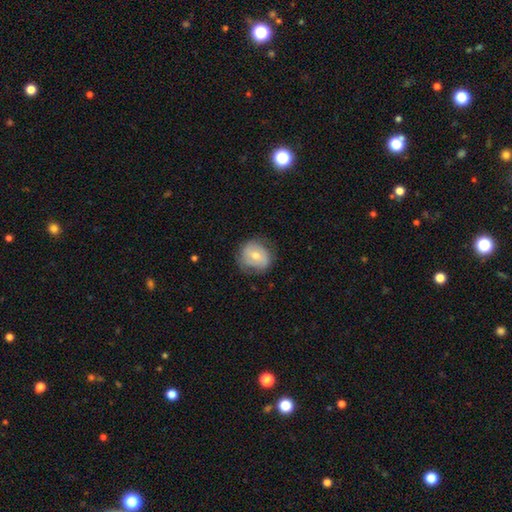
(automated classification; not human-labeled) The model was most divided on "smooth or featured": smooth: 59%, featured or disk: 35%, star or artifact: 7%. More confident: how rounded — round (77%); merging — none (71%).